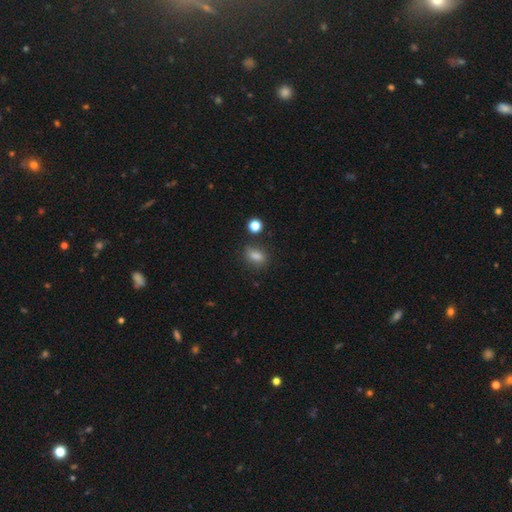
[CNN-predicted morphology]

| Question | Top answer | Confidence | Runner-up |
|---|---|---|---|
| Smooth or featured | smooth | 80% | star or artifact (13%) |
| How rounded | in between | 75% | round (21%) |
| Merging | none | 78% | minor disturbance (13%) |